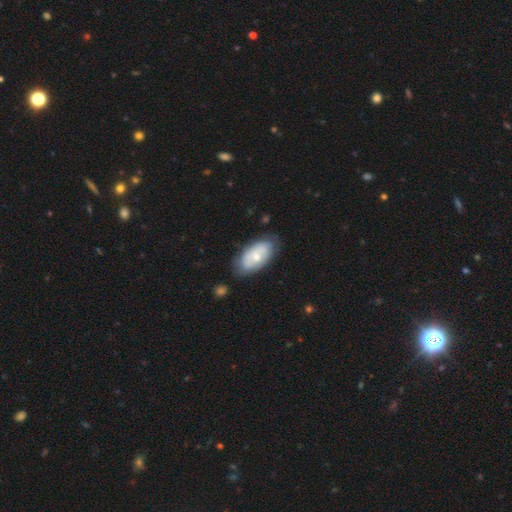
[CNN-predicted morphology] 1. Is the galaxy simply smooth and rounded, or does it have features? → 51% smooth, 43% featured or disk, 6% star or artifact.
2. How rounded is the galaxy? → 93% in between, 5% round, 2% cigar-shaped.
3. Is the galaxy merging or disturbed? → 70% none, 22% minor disturbance, 6% major disturbance, 2% merger.